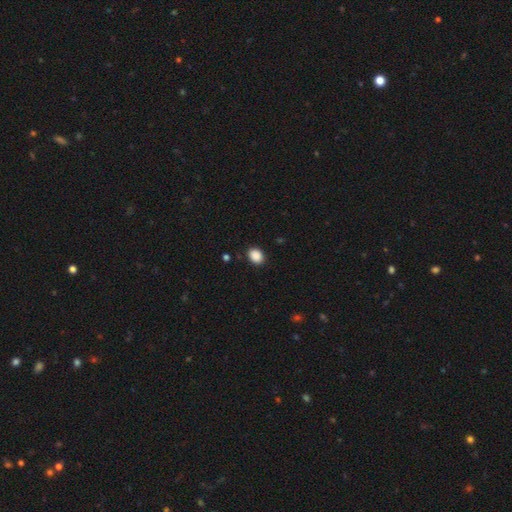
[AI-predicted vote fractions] This appears to be a smooth galaxy with no disk features (89%) that is in between round and cigar-shaped (59%). Merging: none (88%).